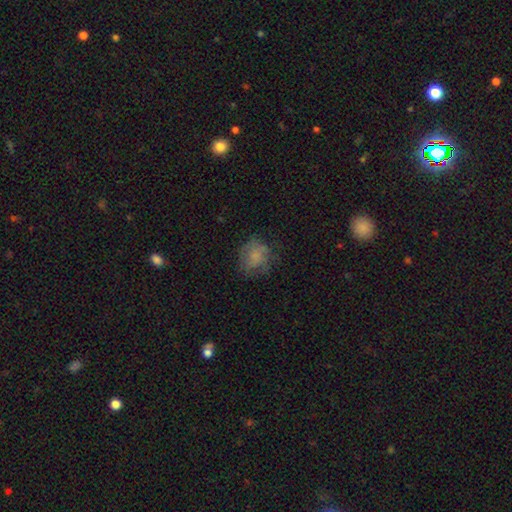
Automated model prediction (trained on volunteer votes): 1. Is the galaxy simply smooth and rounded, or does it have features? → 61% smooth, 27% featured or disk, 12% star or artifact.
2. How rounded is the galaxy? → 70% round, 29% in between, 1% cigar-shaped.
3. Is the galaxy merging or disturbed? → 61% none, 22% minor disturbance, 15% major disturbance, 2% merger.